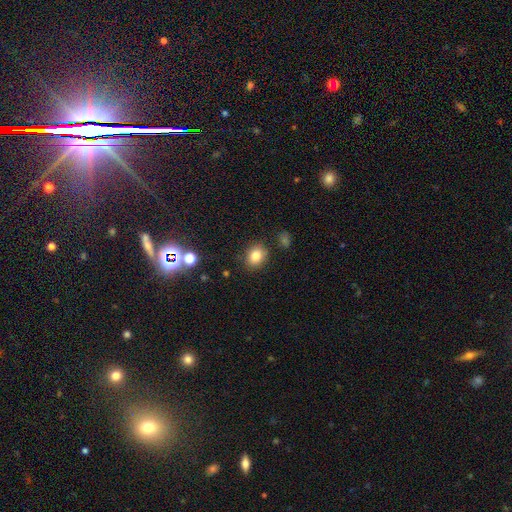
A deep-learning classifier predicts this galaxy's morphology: This appears to be a smooth galaxy with no disk features (81%) that is round (62%). Merging: none (86%).